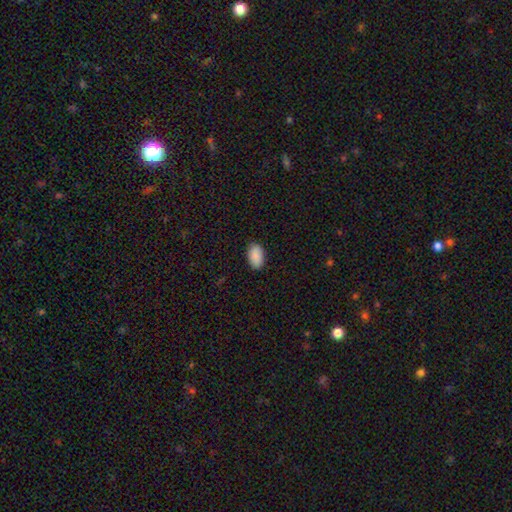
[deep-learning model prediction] A smooth galaxy with no disk features (90%) that is in between round and cigar-shaped (94%).

Vote fractions:
- Smooth or featured? smooth: 90% / star or artifact: 7% / featured or disk: 3%
- How rounded? in between: 94% / round: 5% / cigar-shaped: 1%
- Merging? none: 89% / minor disturbance: 9% / major disturbance: 2% / merger: 1%